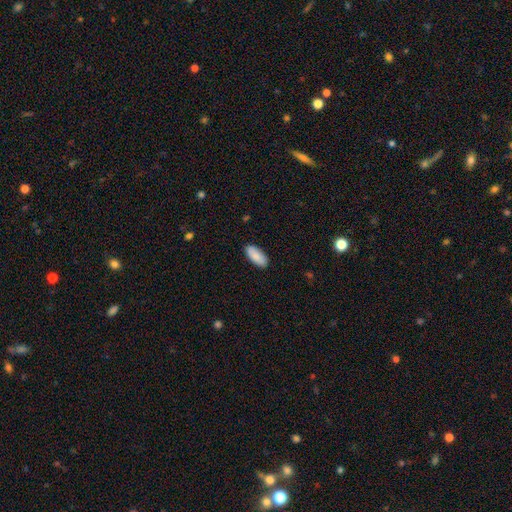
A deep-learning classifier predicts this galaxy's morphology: Smooth or featured? Predicted: smooth (p=0.89). How rounded? Predicted: in between (p=0.89). Merging? Predicted: none (p=0.88).